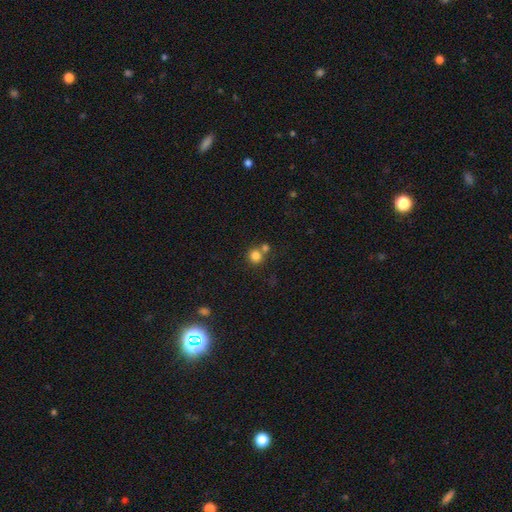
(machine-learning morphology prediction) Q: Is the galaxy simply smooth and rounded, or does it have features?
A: smooth — 81%.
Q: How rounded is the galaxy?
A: round — 91%.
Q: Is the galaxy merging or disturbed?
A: none — 58%.